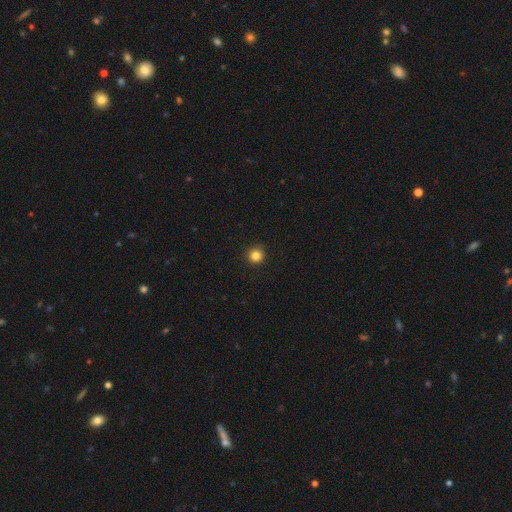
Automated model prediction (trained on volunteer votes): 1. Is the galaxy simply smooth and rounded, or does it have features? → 83% smooth, 13% star or artifact, 4% featured or disk.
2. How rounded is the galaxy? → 96% round, 3% in between, 1% cigar-shaped.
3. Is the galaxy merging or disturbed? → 93% none, 4% minor disturbance, 2% major disturbance, 1% merger.